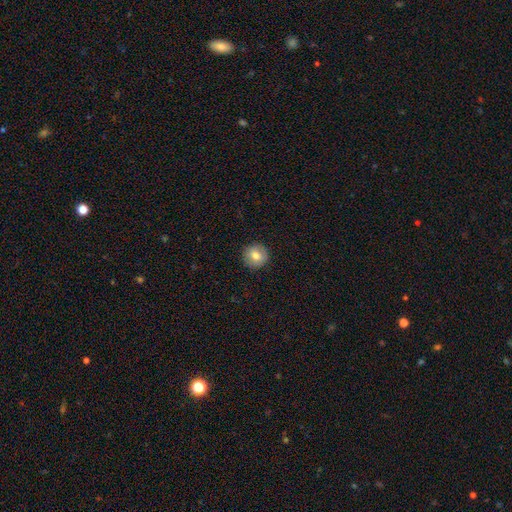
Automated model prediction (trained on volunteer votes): A smooth galaxy with no disk features (76%) that is round (95%). Merging: none (92%).